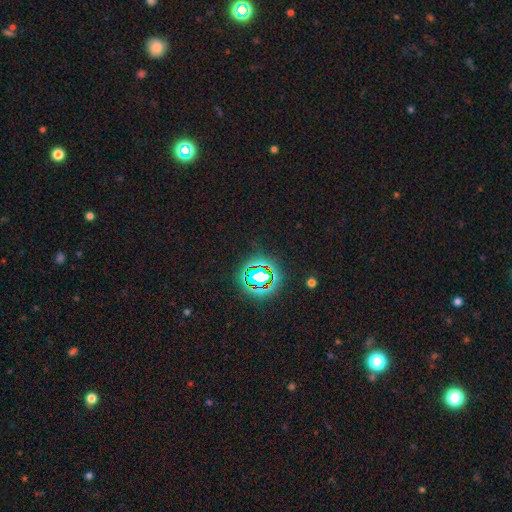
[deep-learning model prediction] This appears to be a star or artifact, not a galaxy (79%).